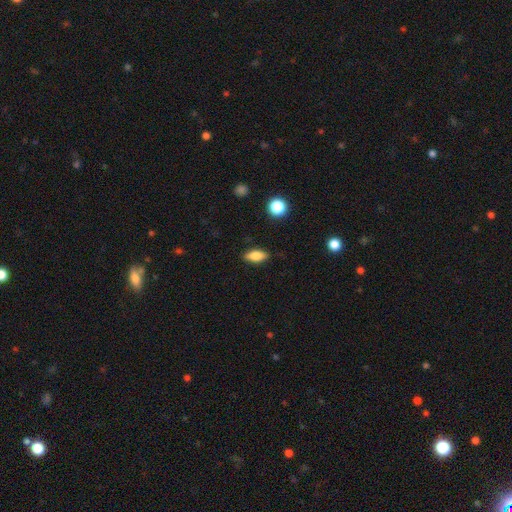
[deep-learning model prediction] Smooth or featured?
  - smooth: 73% *
  - featured or disk: 19%
  - star or artifact: 8%
How rounded?
  - in between: 77% *
  - cigar-shaped: 18%
  - round: 5%
Merging?
  - none: 86% *
  - minor disturbance: 10%
  - major disturbance: 2%
  - merger: 1%